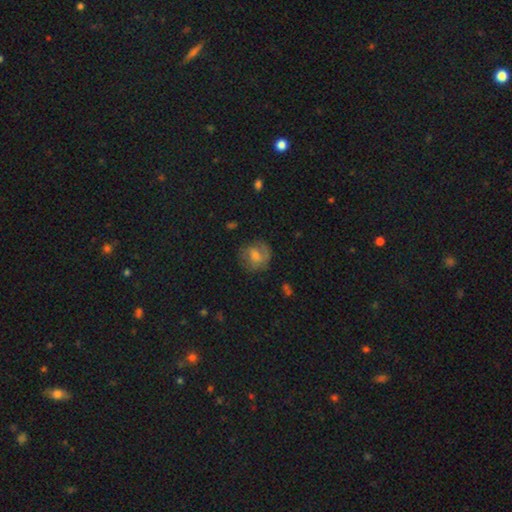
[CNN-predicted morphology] A smooth galaxy with no disk features (51%) that is round (77%).

Vote fractions:
- Smooth or featured? smooth: 51% / featured or disk: 41% / star or artifact: 8%
- How rounded? round: 77% / in between: 22% / cigar-shaped: 1%
- Merging? none: 64% / minor disturbance: 21% / major disturbance: 12% / merger: 2%